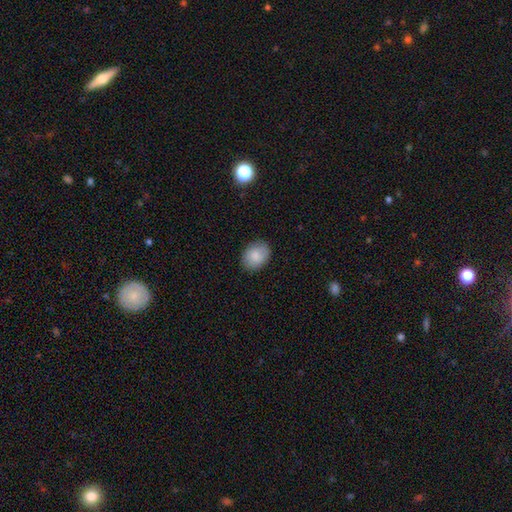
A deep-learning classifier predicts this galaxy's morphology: type=smooth (84%); roundness=in between (71%); merging=none (85%).